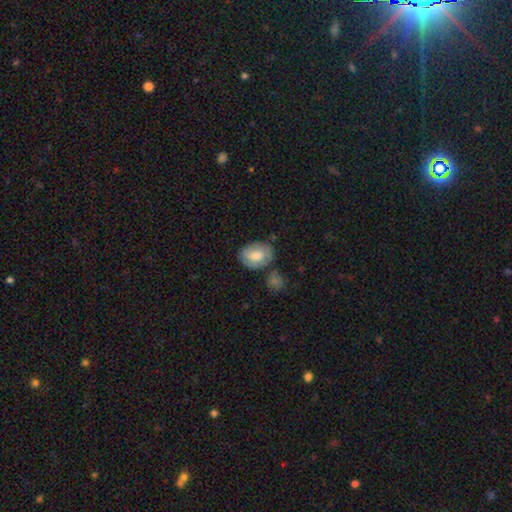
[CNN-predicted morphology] This is possibly a smooth galaxy (57%). How rounded: likely in between (74%). Merging: likely none (67%).